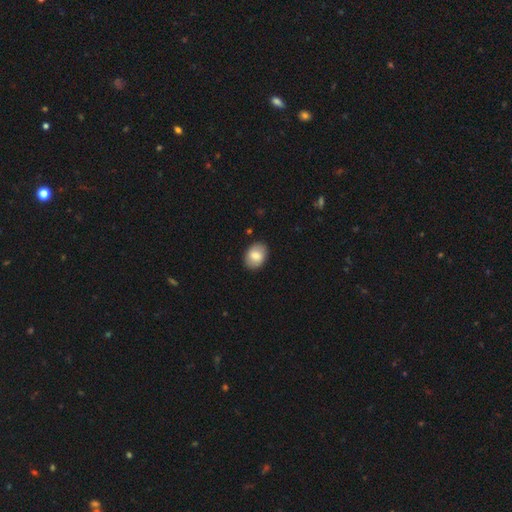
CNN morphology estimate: A smooth galaxy with no disk features (82%) that is in between round and cigar-shaped (75%).

Vote fractions:
- Smooth or featured? smooth: 82% / featured or disk: 11% / star or artifact: 7%
- How rounded? in between: 75% / round: 24% / cigar-shaped: 1%
- Merging? none: 88% / minor disturbance: 9% / major disturbance: 2% / merger: 1%